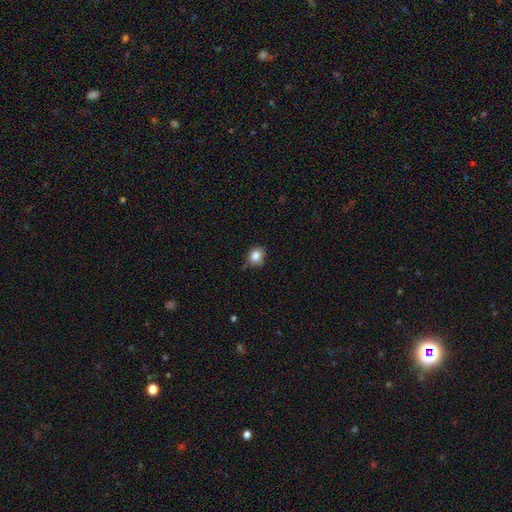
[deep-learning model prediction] A smooth galaxy with no disk features (82%) that is round (67%). Merging: none (66%).